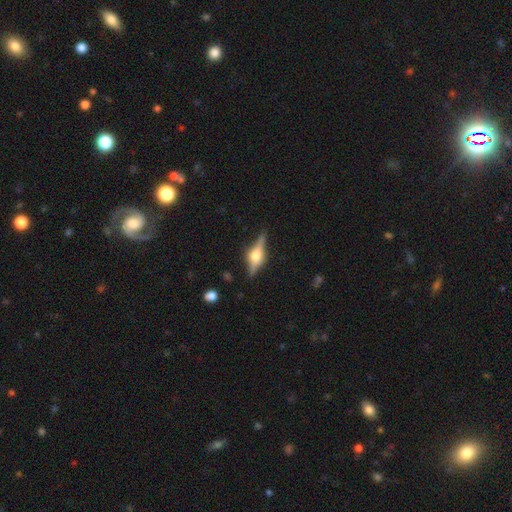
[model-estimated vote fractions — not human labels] Q: Smooth or featured?
A: featured or disk (76%); runner-up: smooth (17%)
Q: Edge-on disk?
A: yes (97%); runner-up: no (3%)
Q: Edge-on bulge?
A: rounded (90%); runner-up: boxy (9%)
Q: Merging?
A: none (84%); runner-up: minor disturbance (11%)